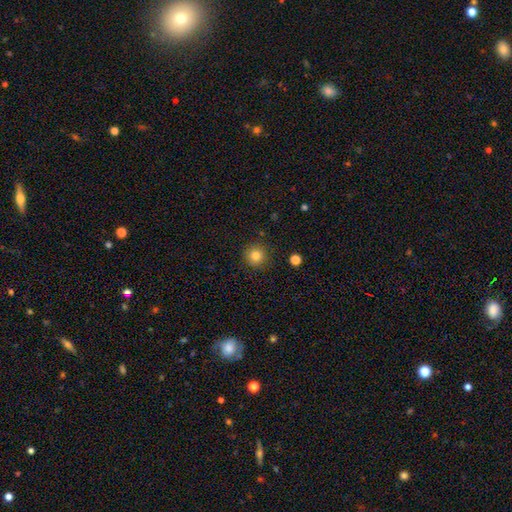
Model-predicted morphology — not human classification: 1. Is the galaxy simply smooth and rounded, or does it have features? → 83% smooth, 12% star or artifact, 6% featured or disk.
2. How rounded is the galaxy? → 94% round, 5% in between, 1% cigar-shaped.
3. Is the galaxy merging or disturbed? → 89% none, 7% minor disturbance, 2% major disturbance, 1% merger.